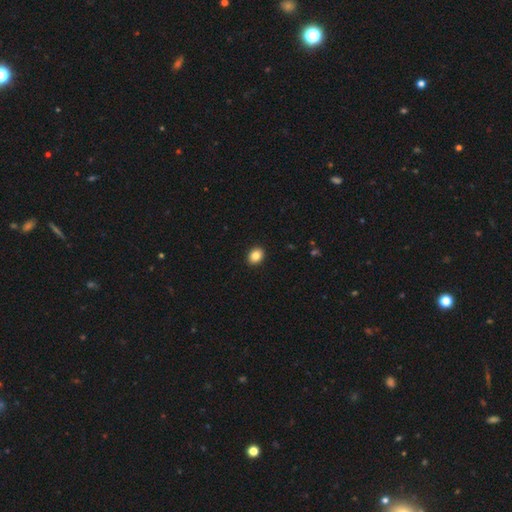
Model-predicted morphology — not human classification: smooth 85%, star or artifact 9%, featured or disk 6%. Down the decision tree: how rounded — in between (55%); merging — none (92%).